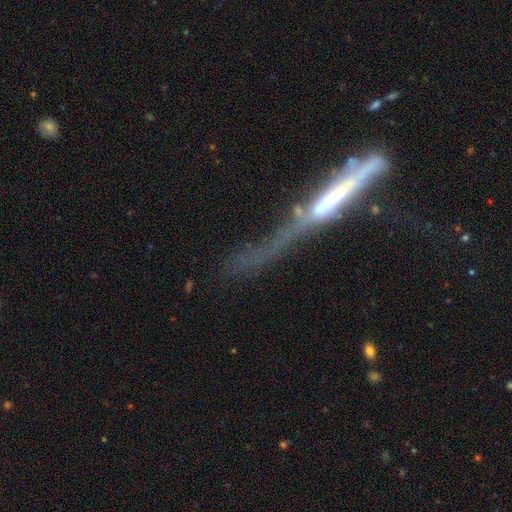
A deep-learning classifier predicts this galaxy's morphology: Smooth or featured?
  - featured or disk: 66% *
  - smooth: 22%
  - star or artifact: 12%
Edge-on disk?
  - yes: 73% *
  - no: 27%
Merging?
  - major disturbance: 42% *
  - none: 28%
  - minor disturbance: 20%
  - merger: 10%